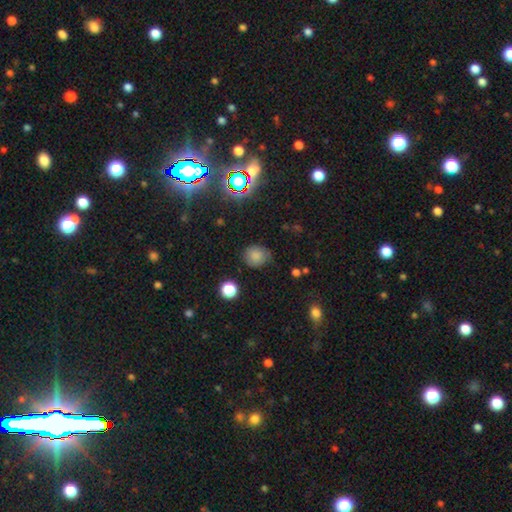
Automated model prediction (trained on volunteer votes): Overall: smooth (78%). How rounded: round (81%). Merging: none (77%).